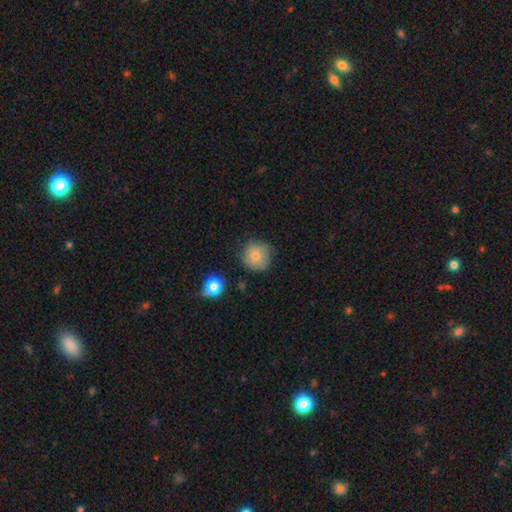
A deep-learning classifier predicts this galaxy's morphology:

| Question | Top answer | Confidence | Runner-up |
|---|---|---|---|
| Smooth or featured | smooth | 75% | featured or disk (15%) |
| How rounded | round | 91% | in between (8%) |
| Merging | none | 69% | minor disturbance (22%) |